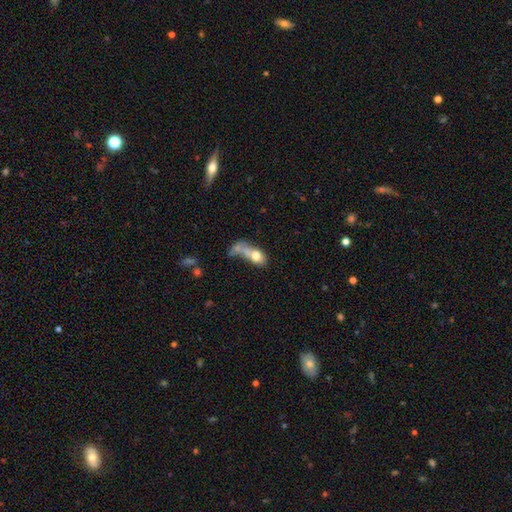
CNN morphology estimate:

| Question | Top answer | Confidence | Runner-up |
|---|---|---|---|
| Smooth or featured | smooth | 67% | featured or disk (23%) |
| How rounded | in between | 75% | round (17%) |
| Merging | merger | 42% | major disturbance (30%) |